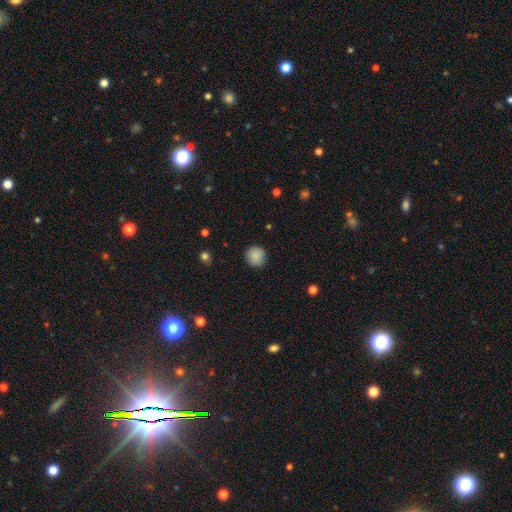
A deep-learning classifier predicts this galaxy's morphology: A smooth galaxy with no disk features (87%) that is round (93%).

Vote fractions:
- Smooth or featured? smooth: 87% / star or artifact: 9% / featured or disk: 4%
- How rounded? round: 93% / in between: 6% / cigar-shaped: 1%
- Merging? none: 88% / minor disturbance: 9% / major disturbance: 2% / merger: 1%